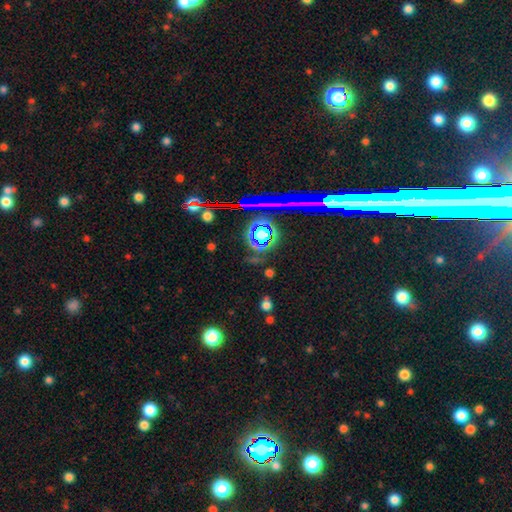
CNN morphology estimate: smooth-or-featured: star or artifact: 65% | smooth: 19% | featured or disk: 15%